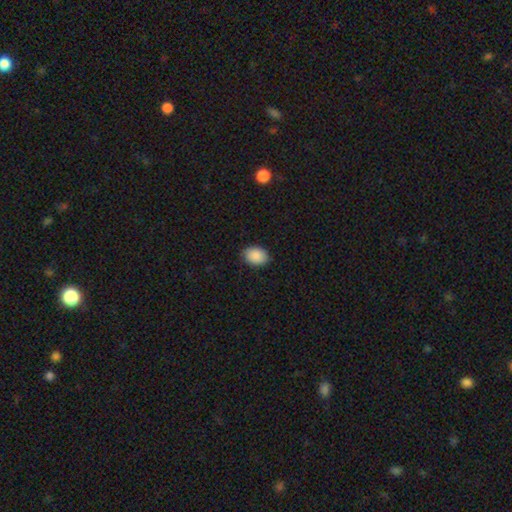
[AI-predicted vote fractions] Smooth or featured? Predicted: smooth (p=0.90). How rounded? Predicted: in between (p=0.74). Merging? Predicted: none (p=0.87).